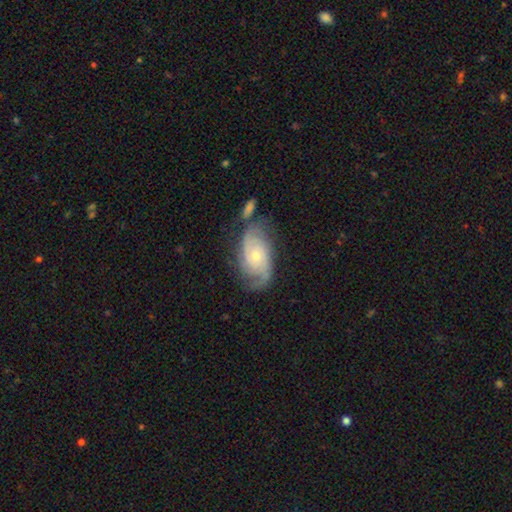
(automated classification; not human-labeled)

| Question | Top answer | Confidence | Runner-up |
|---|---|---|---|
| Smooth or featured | featured or disk | 82% | smooth (12%) |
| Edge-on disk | no | 96% | yes (4%) |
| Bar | no | 73% | weak (24%) |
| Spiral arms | yes | 95% | no (5%) |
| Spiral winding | tight | 49% | medium (37%) |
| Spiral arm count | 2 | 59% | can't tell (19%) |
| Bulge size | small | 59% | moderate (36%) |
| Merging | none | 57% | minor disturbance (21%) |